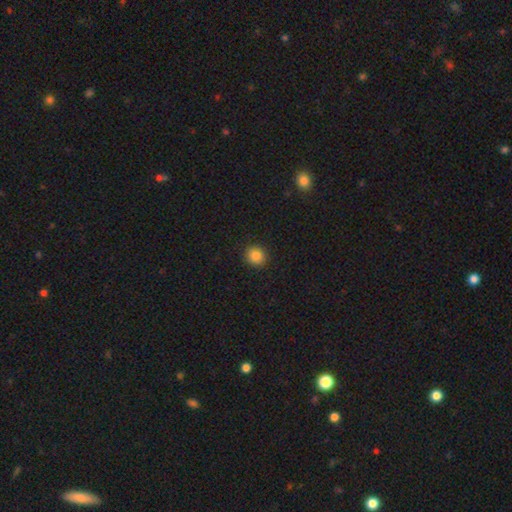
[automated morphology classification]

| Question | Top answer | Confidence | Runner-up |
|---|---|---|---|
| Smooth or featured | smooth | 85% | star or artifact (11%) |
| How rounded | round | 91% | in between (8%) |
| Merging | none | 92% | minor disturbance (5%) |